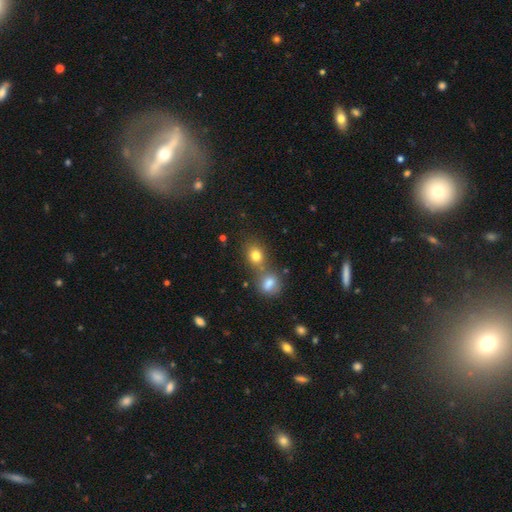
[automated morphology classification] Smooth or featured? smooth (79%)
How rounded? round (58%)
Merging? none (46%)